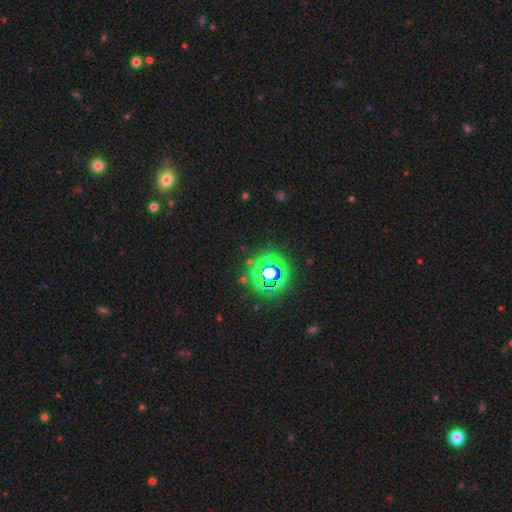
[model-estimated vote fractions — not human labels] star or artifact 77%, smooth 16%, featured or disk 7%.